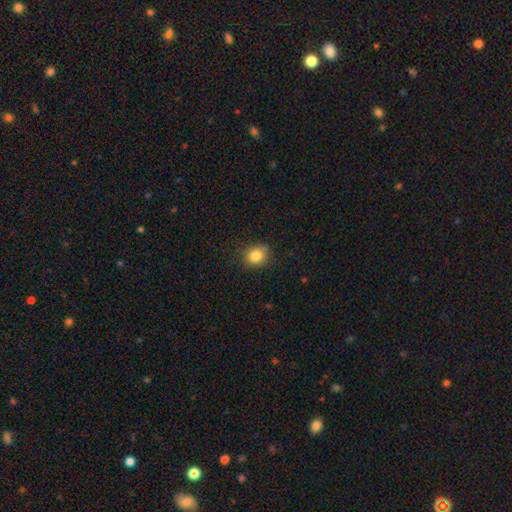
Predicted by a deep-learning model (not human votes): Q: Smooth or featured?
A: smooth (83%); runner-up: star or artifact (11%)
Q: How rounded?
A: round (73%); runner-up: in between (26%)
Q: Merging?
A: none (75%); runner-up: minor disturbance (20%)